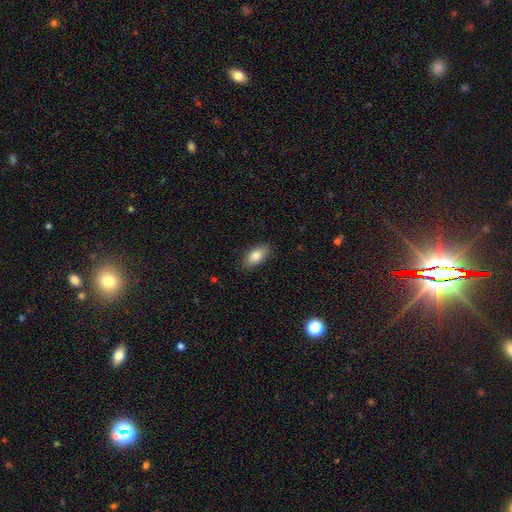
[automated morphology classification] Q: Smooth or featured?
A: smooth (83%); runner-up: featured or disk (10%)
Q: How rounded?
A: in between (90%); runner-up: cigar-shaped (7%)
Q: Merging?
A: none (86%); runner-up: minor disturbance (11%)